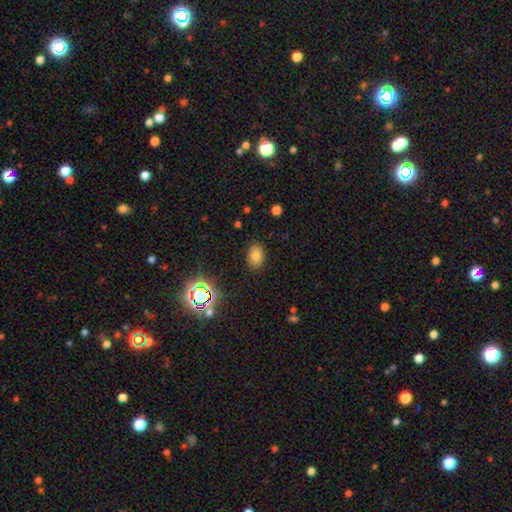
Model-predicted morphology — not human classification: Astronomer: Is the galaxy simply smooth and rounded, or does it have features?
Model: smooth — 76%.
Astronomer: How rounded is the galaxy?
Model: in between — 75%.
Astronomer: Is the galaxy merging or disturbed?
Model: none — 86%.